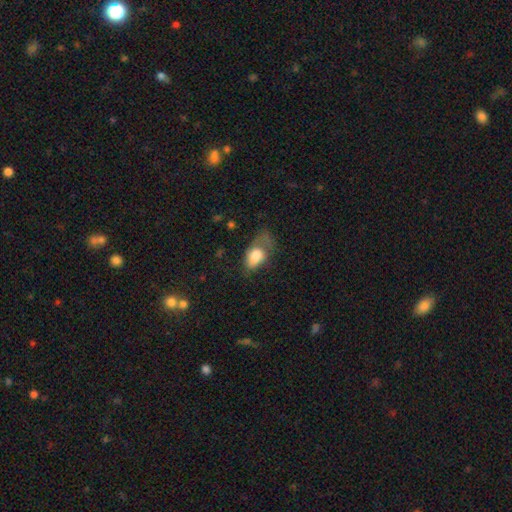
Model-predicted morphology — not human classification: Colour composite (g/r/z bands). It shows a smooth galaxy with no disk features (74%) that is in between round and cigar-shaped (88%). Merging: major disturbance (48%).